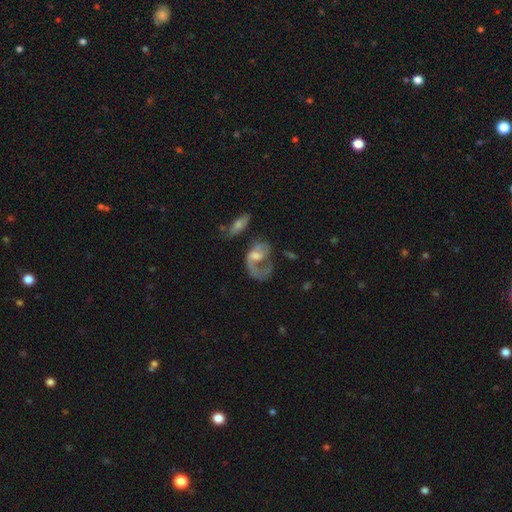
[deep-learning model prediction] Smooth or featured: featured or disk — 65% (smooth — 26%)
Edge-on disk: no — 96% (yes — 4%)
Bar: no — 63% (weak — 31%)
Spiral arms: yes — 67% (no — 33%)
Bulge size: moderate — 47% (small — 30%)
Merging: major disturbance — 46% (none — 28%)